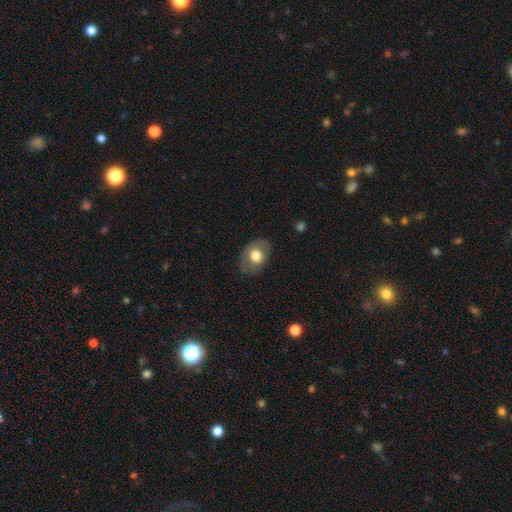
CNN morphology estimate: Smooth or featured? smooth (71%)
How rounded? in between (68%)
Merging? none (78%)